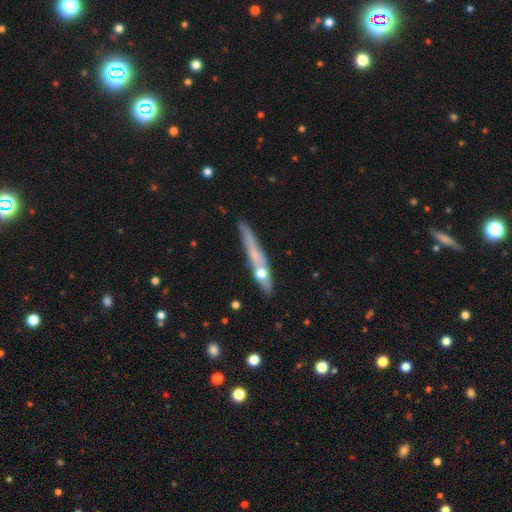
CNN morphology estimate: A featured or disk galaxy (47%).

Vote fractions:
- Smooth or featured? featured or disk: 47% / smooth: 45% / star or artifact: 9%
- Merging? none: 65% / minor disturbance: 18% / merger: 10% / major disturbance: 6%